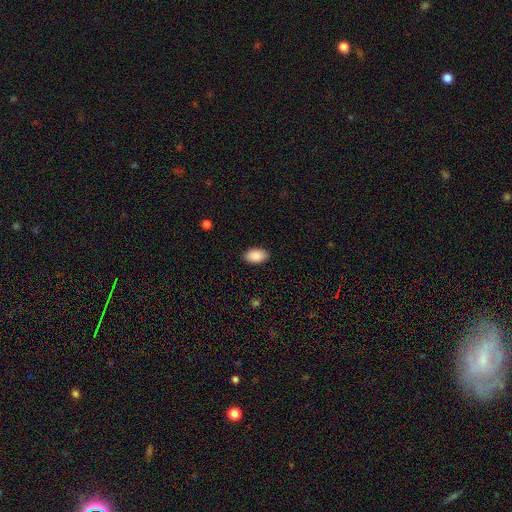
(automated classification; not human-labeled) Smooth or featured: smooth — 89% (star or artifact — 7%)
How rounded: in between — 94% (round — 4%)
Merging: none — 89% (minor disturbance — 8%)